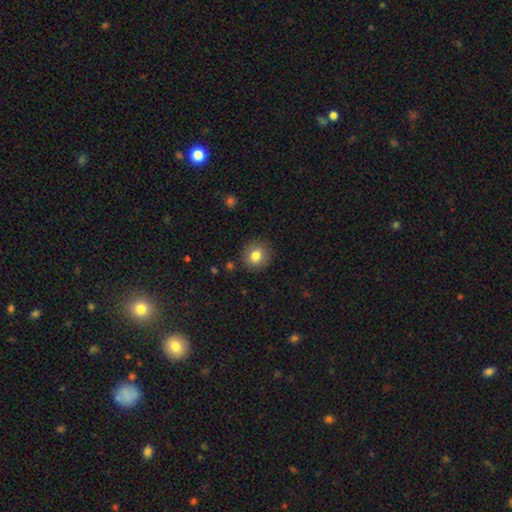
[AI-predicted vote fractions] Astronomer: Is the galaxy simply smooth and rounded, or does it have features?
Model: smooth — 81%.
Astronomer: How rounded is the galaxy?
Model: round — 86%.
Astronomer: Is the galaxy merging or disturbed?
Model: none — 89%.